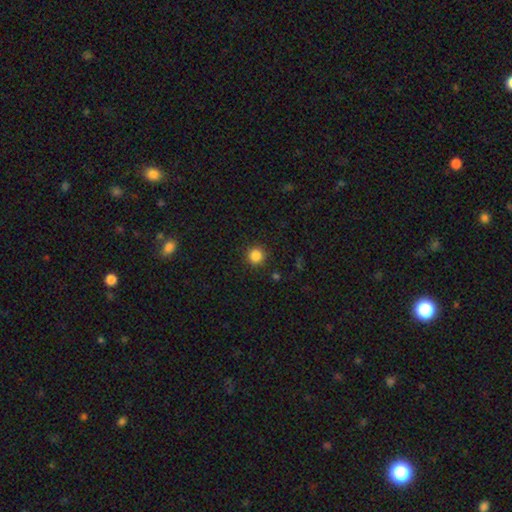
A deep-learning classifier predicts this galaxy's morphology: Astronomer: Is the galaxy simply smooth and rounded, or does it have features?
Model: smooth — 85%.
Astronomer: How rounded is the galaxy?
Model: round — 95%.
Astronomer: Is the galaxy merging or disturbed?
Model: none — 91%.